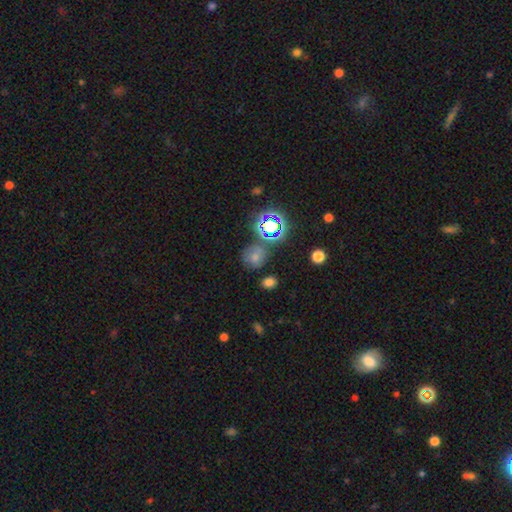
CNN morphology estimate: Q: Smooth or featured?
A: smooth (56%); runner-up: star or artifact (31%)
Q: How rounded?
A: round (74%); runner-up: in between (25%)
Q: Merging?
A: none (63%); runner-up: minor disturbance (18%)